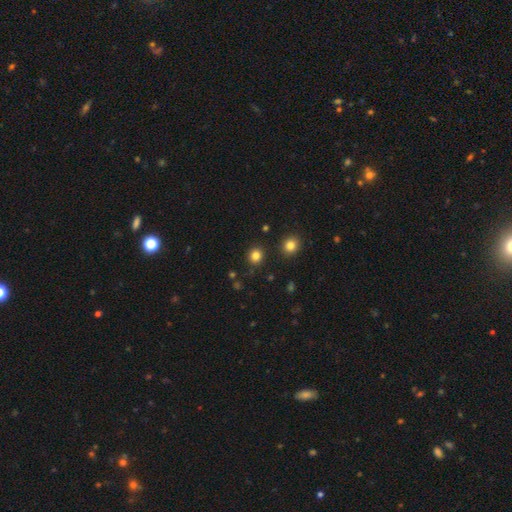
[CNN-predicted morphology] A smooth galaxy with no disk features (82%) that is round (86%). Merging: none (88%).